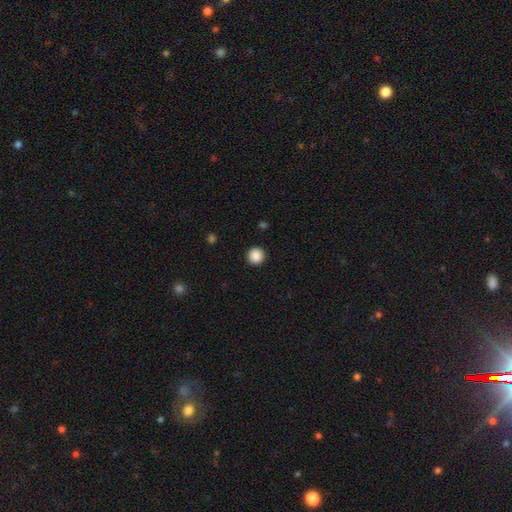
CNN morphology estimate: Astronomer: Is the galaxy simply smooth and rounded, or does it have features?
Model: smooth — 88%.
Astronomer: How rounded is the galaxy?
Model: round — 94%.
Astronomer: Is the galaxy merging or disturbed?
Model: none — 93%.